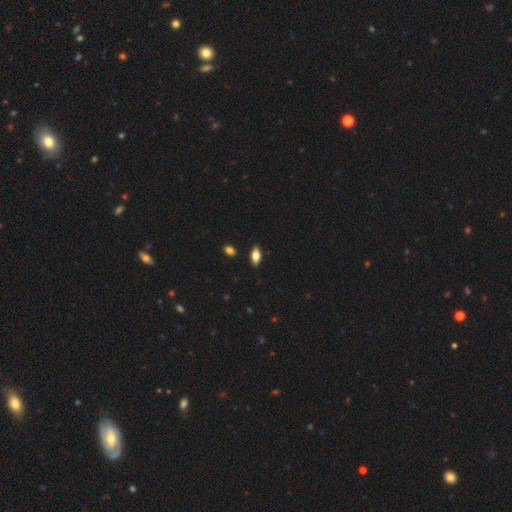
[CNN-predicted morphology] Smooth or featured: smooth — 73% (featured or disk — 19%)
How rounded: in between — 89% (cigar-shaped — 8%)
Merging: none — 88% (minor disturbance — 9%)